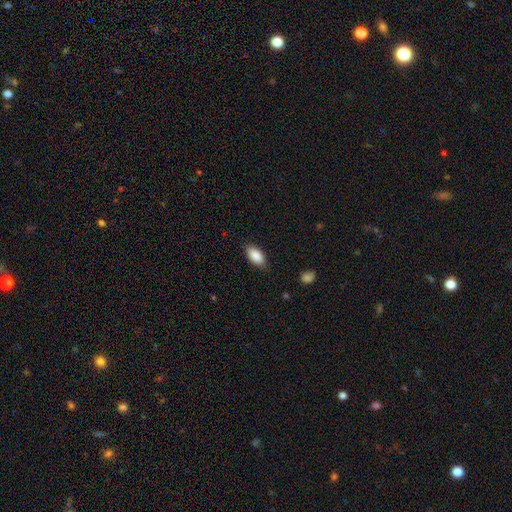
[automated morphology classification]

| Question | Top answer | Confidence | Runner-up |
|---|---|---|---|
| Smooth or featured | smooth | 89% | star or artifact (6%) |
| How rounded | in between | 92% | cigar-shaped (6%) |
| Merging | none | 84% | minor disturbance (13%) |